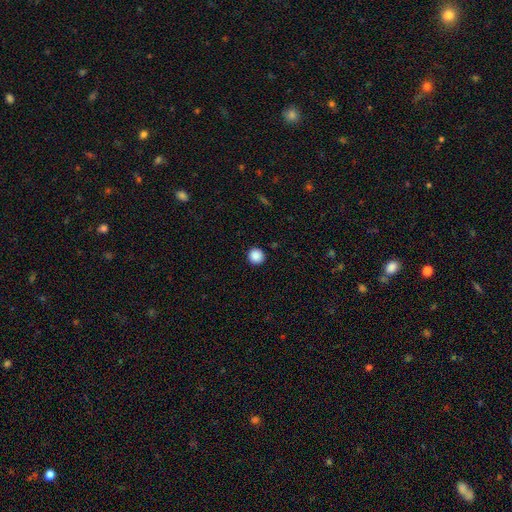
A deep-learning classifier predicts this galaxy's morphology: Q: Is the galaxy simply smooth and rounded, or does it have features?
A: smooth — 88%.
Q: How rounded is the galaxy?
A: round — 96%.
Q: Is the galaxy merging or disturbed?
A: none — 93%.